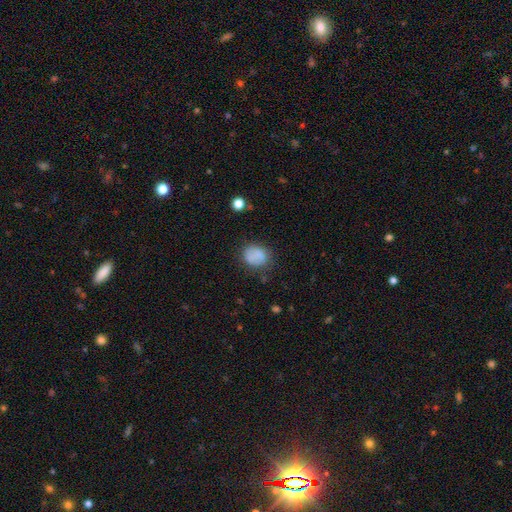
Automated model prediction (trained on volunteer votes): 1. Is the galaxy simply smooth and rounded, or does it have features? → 77% smooth, 13% featured or disk, 10% star or artifact.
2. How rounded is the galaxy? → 62% round, 37% in between, 1% cigar-shaped.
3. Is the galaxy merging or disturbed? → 71% none, 20% minor disturbance, 7% major disturbance, 3% merger.